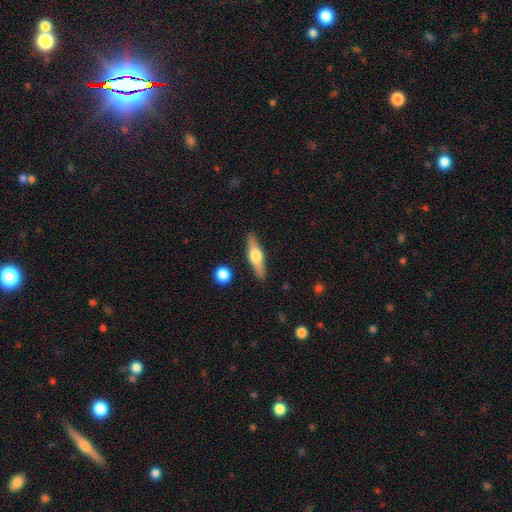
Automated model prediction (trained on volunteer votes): This is possibly a featured or disk galaxy (55%). It is clearly viewed edge-on (94%). Edge-on bulge: clearly rounded (93%). Merging: clearly none (88%).